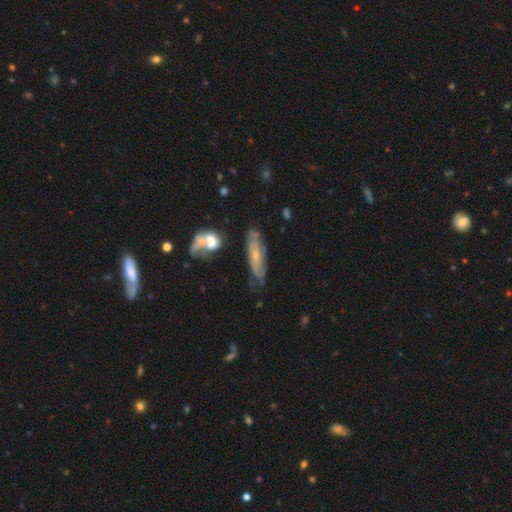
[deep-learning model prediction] Smooth or featured: featured or disk — 59% (smooth — 33%)
Edge-on disk: no — 69% (yes — 31%)
Merging: none — 63% (minor disturbance — 23%)